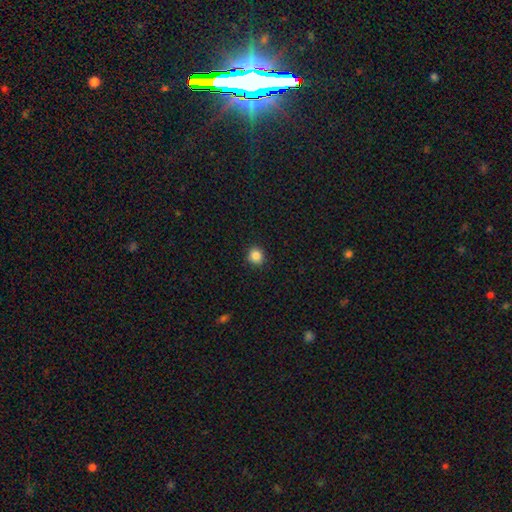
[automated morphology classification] A smooth galaxy with no disk features (86%) that is round (91%). Merging: none (91%).